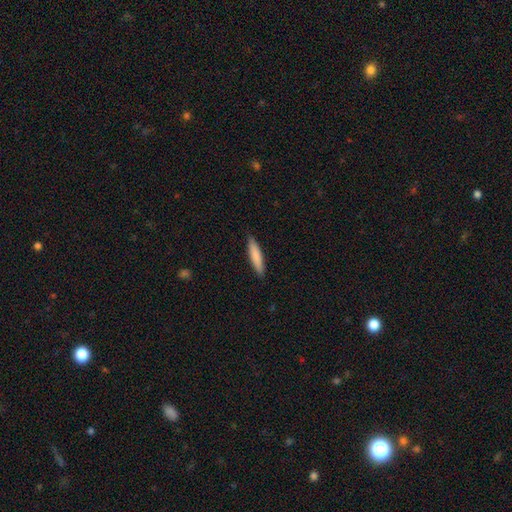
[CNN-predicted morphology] Overall: smooth (81%). How rounded: cigar-shaped (85%). Merging: none (89%).